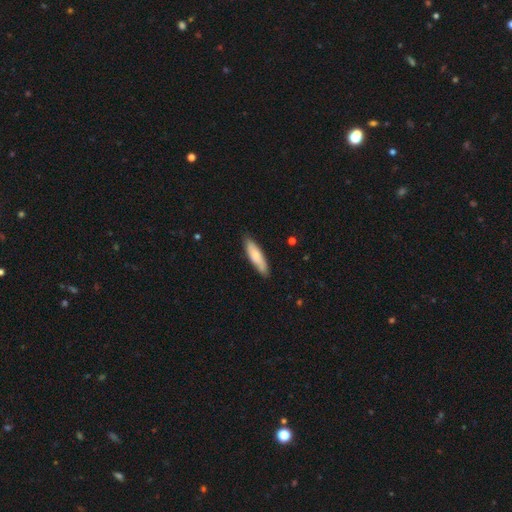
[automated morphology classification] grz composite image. It shows a smooth galaxy with no disk features (77%) that is cigar-shaped (68%). Merging: none (83%).